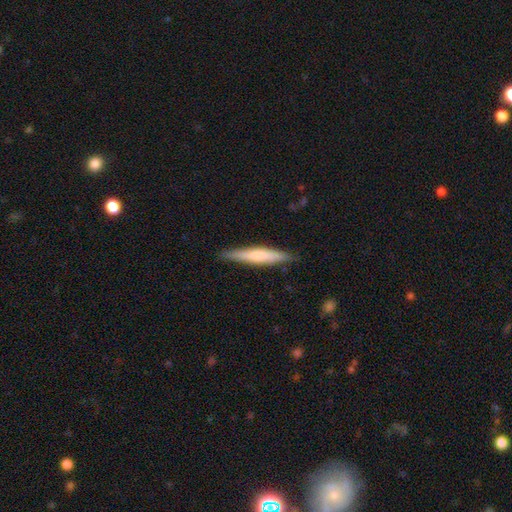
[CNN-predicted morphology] Smooth or featured?
  - smooth: 54% *
  - featured or disk: 40%
  - star or artifact: 6%
How rounded?
  - cigar-shaped: 94% *
  - in between: 5%
  - round: 1%
Merging?
  - none: 89% *
  - minor disturbance: 8%
  - major disturbance: 2%
  - merger: 1%